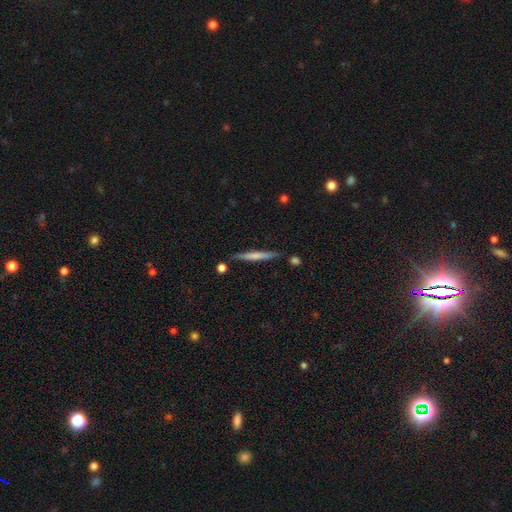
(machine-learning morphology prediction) This is possibly a smooth galaxy (53%). How rounded: clearly cigar-shaped (95%). Merging: clearly none (83%).